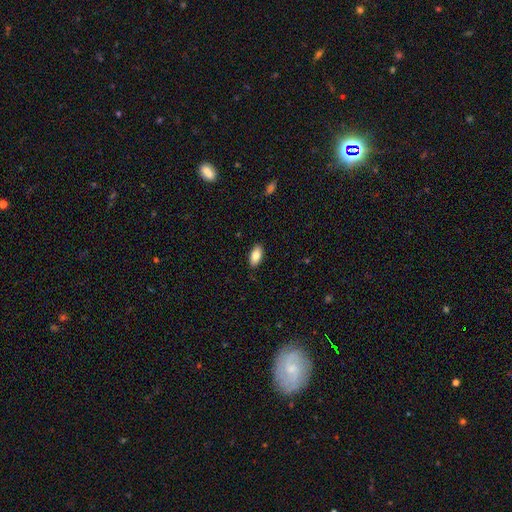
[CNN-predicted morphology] Q: Smooth or featured?
A: smooth (83%); runner-up: featured or disk (10%)
Q: How rounded?
A: in between (92%); runner-up: cigar-shaped (5%)
Q: Merging?
A: none (88%); runner-up: minor disturbance (9%)